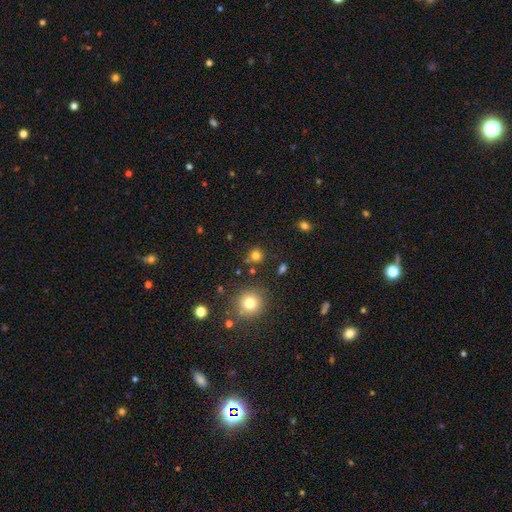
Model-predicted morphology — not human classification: type=smooth (77%); roundness=round (90%); merging=none (83%).